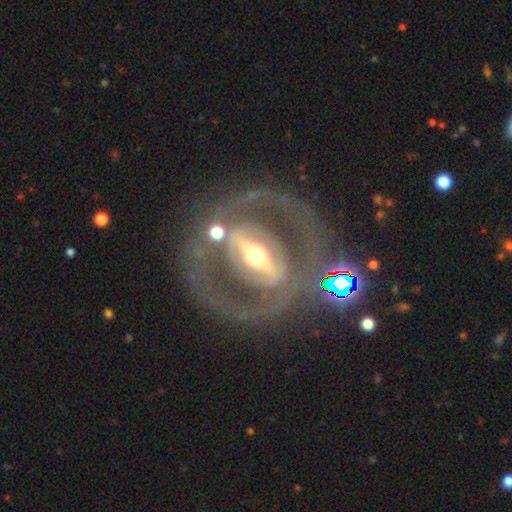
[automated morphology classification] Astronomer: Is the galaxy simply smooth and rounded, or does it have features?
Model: featured or disk — 83%.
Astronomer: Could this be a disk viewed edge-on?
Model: no — 92%.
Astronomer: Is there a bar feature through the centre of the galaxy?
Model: strong — 68%.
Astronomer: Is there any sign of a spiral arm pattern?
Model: yes — 52% (runner-up: no, 48%).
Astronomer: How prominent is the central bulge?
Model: moderate — 66%.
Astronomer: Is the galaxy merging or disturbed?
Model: none — 64%.